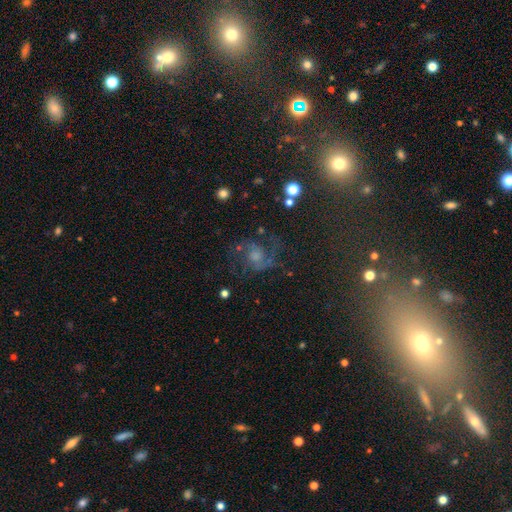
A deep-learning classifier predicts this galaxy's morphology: smooth-or-featured: featured or disk: 68% | star or artifact: 19% | smooth: 13%
  disk-edge-on: no: 97% | yes: 3%
    bar: no: 64% | weak: 30% | strong: 6%
    has-spiral-arms: yes: 93% | no: 7%
      spiral-winding: medium: 56% | loose: 25% | tight: 20%
      spiral-arm-count: 2: 77% | can't tell: 9% | 3: 5% | 1: 4% | 4: 2% | more than 4: 2%
    bulge-size: moderate: 44% | small: 32% | large: 11% | none: 10% | dominant: 2%
  merging: none: 68% | minor disturbance: 16% | major disturbance: 14% | merger: 3%